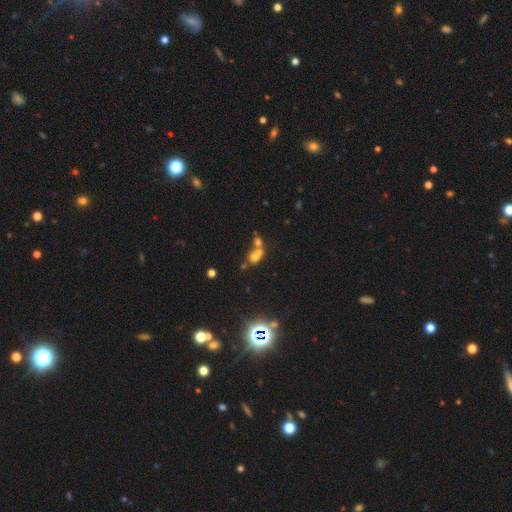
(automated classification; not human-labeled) Q: Smooth or featured?
A: smooth (55%); runner-up: star or artifact (25%)
Q: How rounded?
A: round (70%); runner-up: in between (28%)
Q: Merging?
A: merger (59%); runner-up: none (31%)